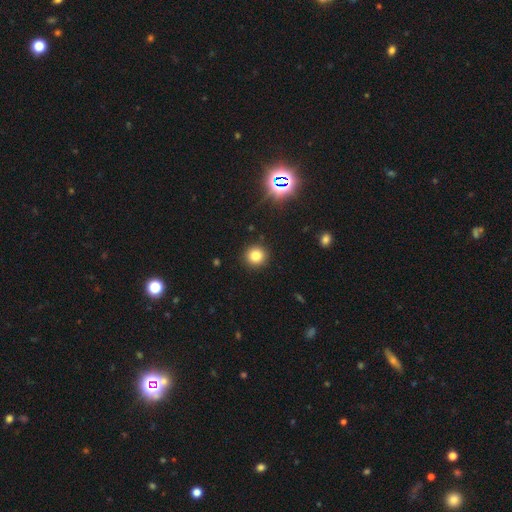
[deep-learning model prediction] Morphology: type=smooth (80%); roundness=round (93%); merging=none (91%).